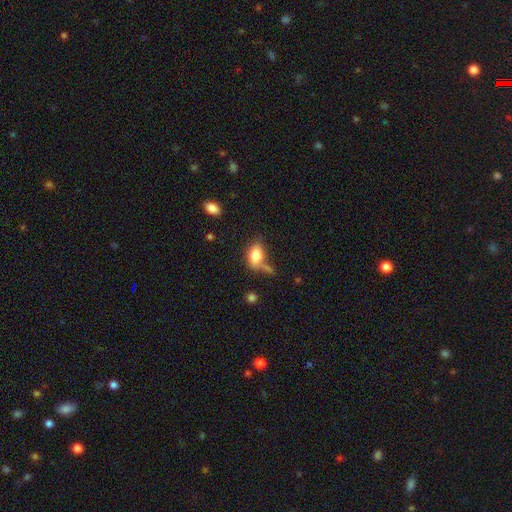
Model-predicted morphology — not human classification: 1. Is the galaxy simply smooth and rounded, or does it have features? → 78% smooth, 13% featured or disk, 9% star or artifact.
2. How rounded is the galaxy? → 85% in between, 11% round, 4% cigar-shaped.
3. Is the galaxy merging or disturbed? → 44% none, 24% minor disturbance, 20% merger, 13% major disturbance.